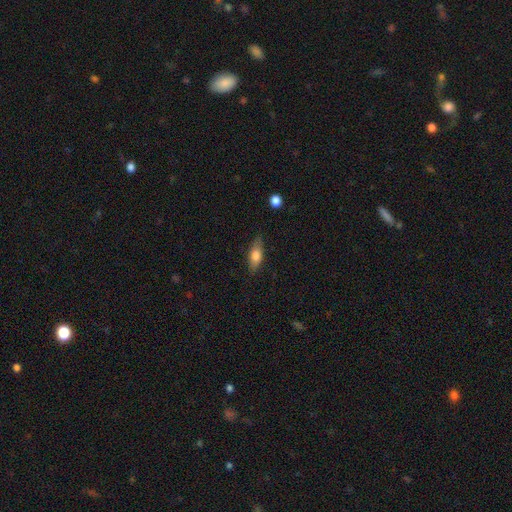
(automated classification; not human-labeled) Morphology: type=smooth (69%); roundness=in between (70%); merging=none (79%).